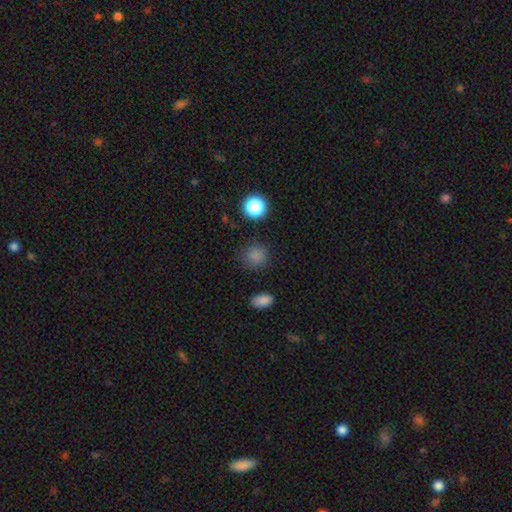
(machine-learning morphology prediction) Smooth or featured? Predicted: smooth (p=0.82). How rounded? Predicted: round (p=0.88). Merging? Predicted: none (p=0.85).